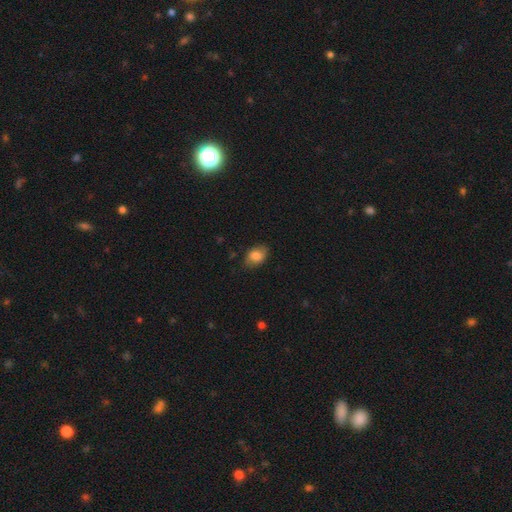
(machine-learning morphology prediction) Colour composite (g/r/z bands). It shows a smooth galaxy with no disk features (81%) that is in between round and cigar-shaped (81%). Merging: none (78%).